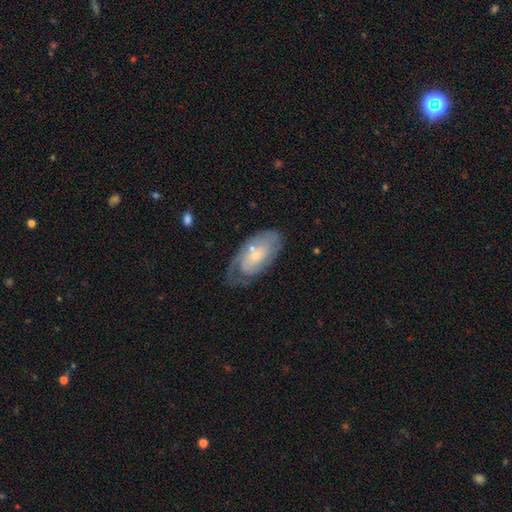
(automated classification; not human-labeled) smooth_or_featured: featured or disk (p=0.66) [alt: smooth p=0.28]
disk_edge_on: no (p=0.94) [alt: yes p=0.06]
bar: no (p=0.74) [alt: weak p=0.22]
has_spiral_arms: yes (p=0.81) [alt: no p=0.19]
bulge_size: small (p=0.68) [alt: moderate p=0.24]
merging: none (p=0.53) [alt: minor disturbance p=0.26]